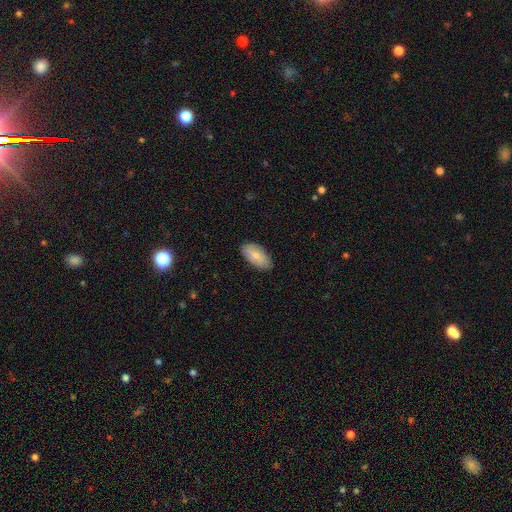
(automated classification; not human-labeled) Q: Smooth or featured?
A: smooth (78%); runner-up: featured or disk (16%)
Q: How rounded?
A: in between (93%); runner-up: cigar-shaped (4%)
Q: Merging?
A: none (85%); runner-up: minor disturbance (12%)